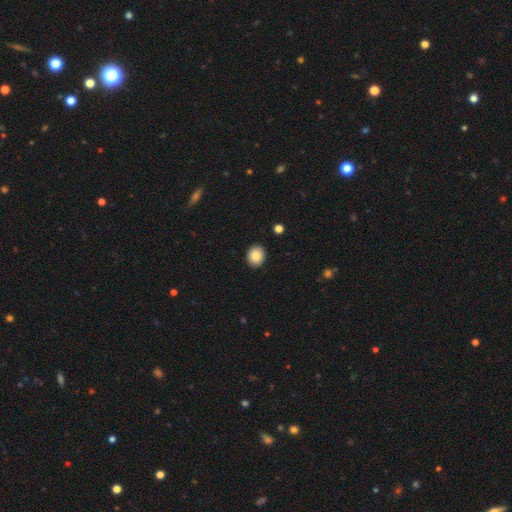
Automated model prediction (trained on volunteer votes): smooth 87%, star or artifact 8%, featured or disk 5%. Down the decision tree: how rounded — round (67%); merging — none (92%).